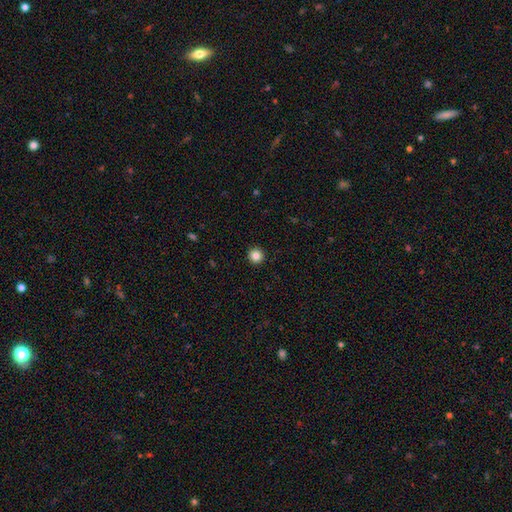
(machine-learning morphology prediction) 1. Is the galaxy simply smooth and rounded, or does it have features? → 85% smooth, 11% star or artifact, 4% featured or disk.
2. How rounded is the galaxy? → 96% round, 4% in between, 1% cigar-shaped.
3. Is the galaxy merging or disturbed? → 94% none, 4% minor disturbance, 1% major disturbance, 1% merger.